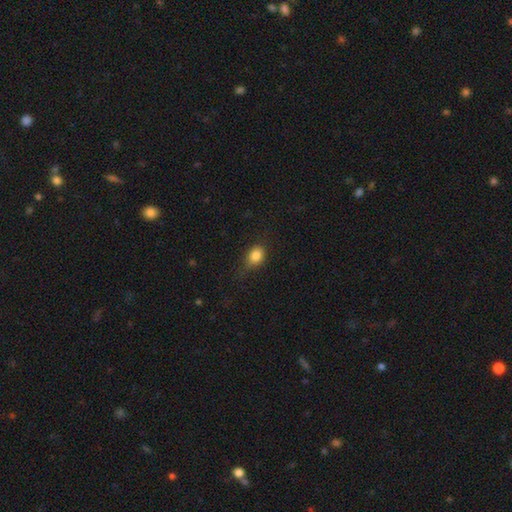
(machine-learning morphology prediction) smooth_or_featured: smooth (p=0.83) [alt: star or artifact p=0.10]
how_rounded: in between (p=0.57) [alt: round p=0.41]
merging: none (p=0.62) [alt: minor disturbance p=0.29]